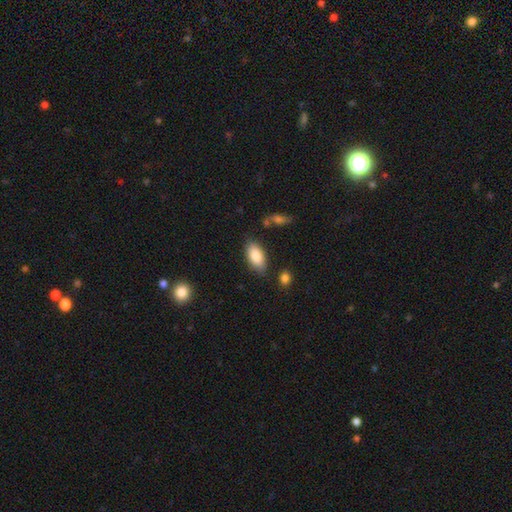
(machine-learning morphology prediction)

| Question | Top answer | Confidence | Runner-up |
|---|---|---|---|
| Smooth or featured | smooth | 84% | featured or disk (10%) |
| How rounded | in between | 91% | cigar-shaped (6%) |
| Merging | none | 79% | minor disturbance (15%) |